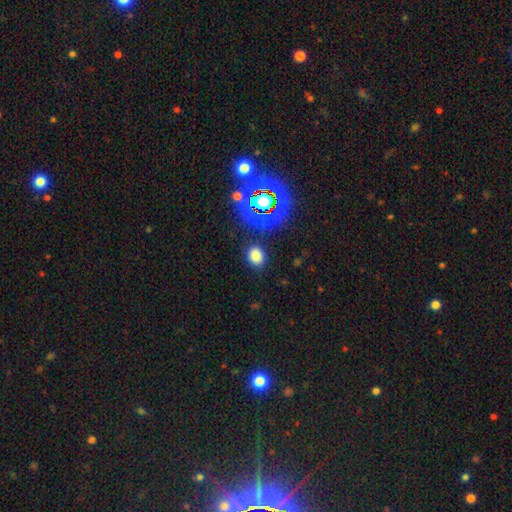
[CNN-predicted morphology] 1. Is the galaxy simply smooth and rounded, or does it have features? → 76% smooth, 18% star or artifact, 6% featured or disk.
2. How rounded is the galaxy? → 50% round, 49% in between, 1% cigar-shaped.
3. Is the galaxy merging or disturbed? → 86% none, 9% minor disturbance, 3% major disturbance, 2% merger.